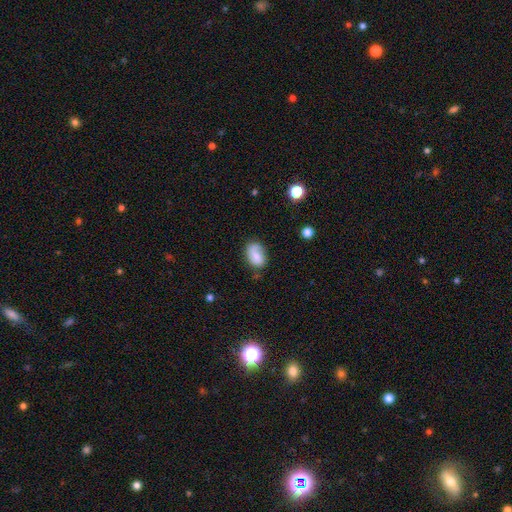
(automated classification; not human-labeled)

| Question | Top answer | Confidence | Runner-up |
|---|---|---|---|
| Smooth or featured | smooth | 64% | featured or disk (28%) |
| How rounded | in between | 84% | round (14%) |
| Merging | none | 57% | minor disturbance (26%) |